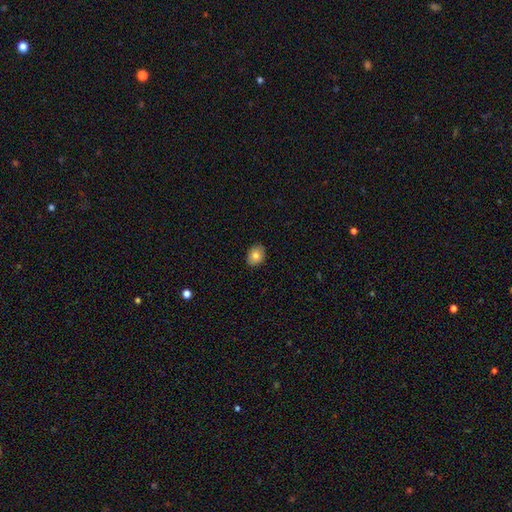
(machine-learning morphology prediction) Overall: smooth (79%). How rounded: in between (63%; round 36%). Merging: none (88%).